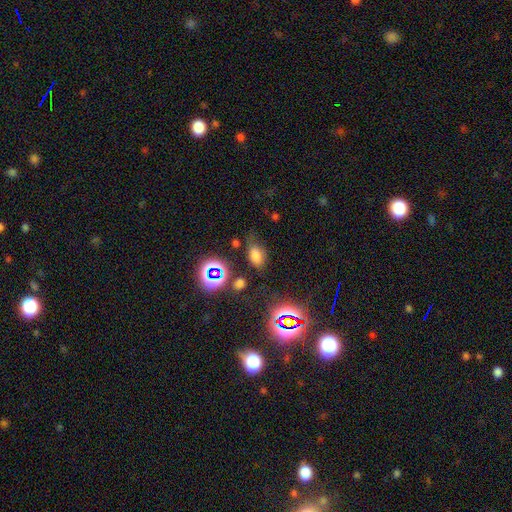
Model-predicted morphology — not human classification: type=smooth (68%); roundness=in between (86%); merging=none (67%).